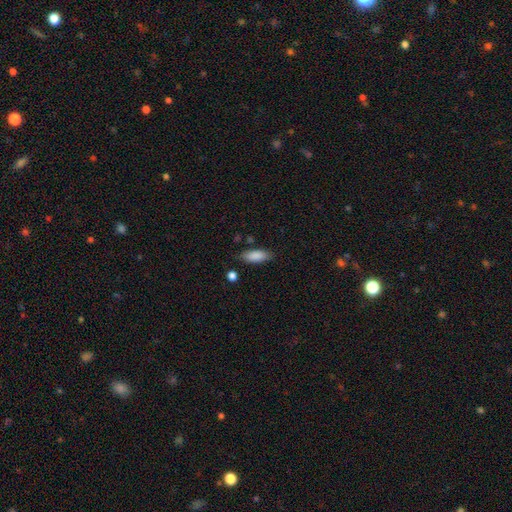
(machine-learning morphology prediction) smooth_or_featured: smooth (p=0.87) [alt: featured or disk p=0.07]
how_rounded: in between (p=0.76) [alt: cigar-shaped p=0.22]
merging: none (p=0.79) [alt: minor disturbance p=0.14]